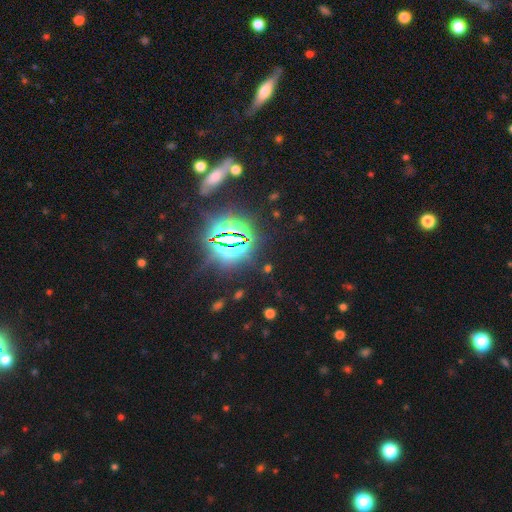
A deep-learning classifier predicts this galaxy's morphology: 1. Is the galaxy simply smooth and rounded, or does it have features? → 82% star or artifact, 10% smooth, 8% featured or disk.